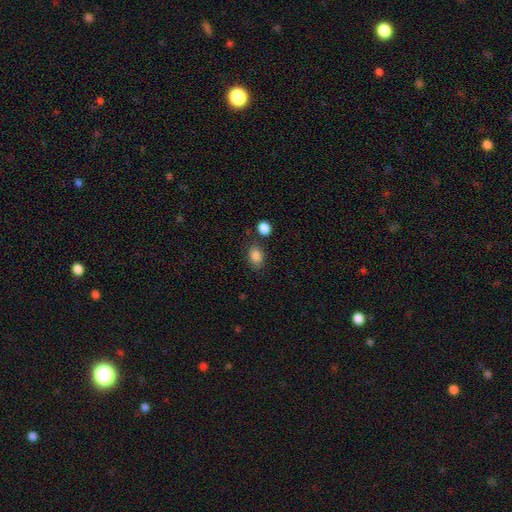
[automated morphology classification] This is clearly a smooth galaxy (86%). How rounded: likely in between (74%). Merging: likely none (73%).